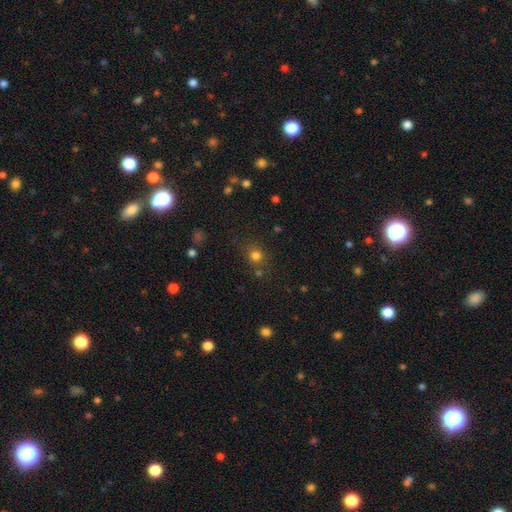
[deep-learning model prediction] smooth_or_featured: smooth (p=0.78) [alt: star or artifact p=0.16]
how_rounded: round (p=0.83) [alt: in between p=0.16]
merging: none (p=0.75) [alt: minor disturbance p=0.11]